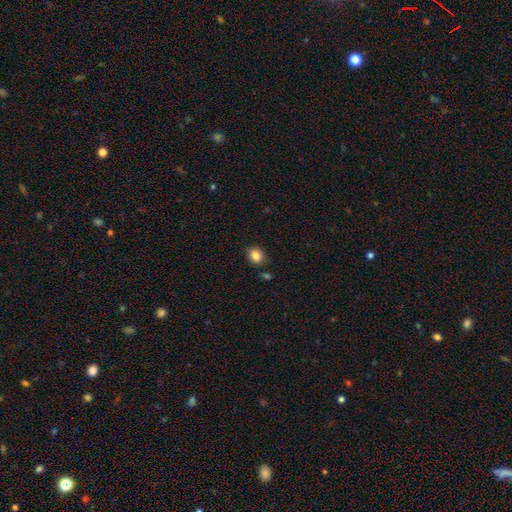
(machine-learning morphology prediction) A smooth galaxy with no disk features (85%) that is round (54%). Merging: none (83%).